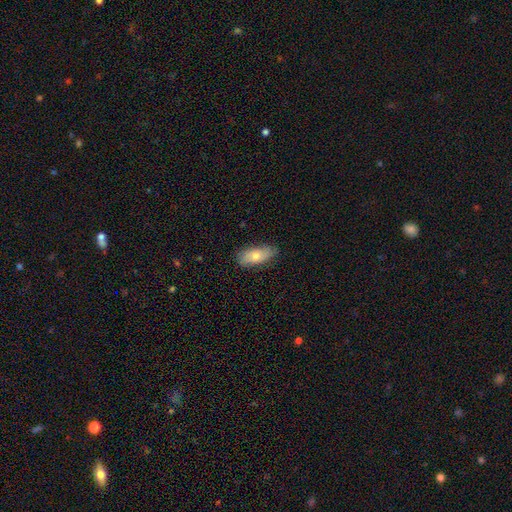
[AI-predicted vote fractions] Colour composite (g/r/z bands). It shows a smooth galaxy with no disk features (68%) that is in between round and cigar-shaped (82%). Merging: none (82%).